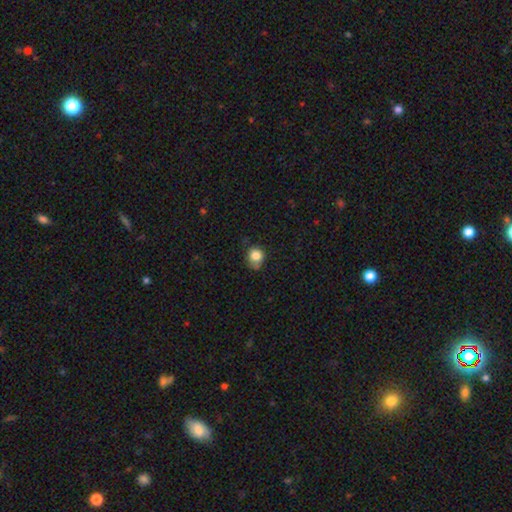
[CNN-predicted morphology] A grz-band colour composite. It shows a smooth galaxy with no disk features (83%) that is round (78%). Merging: none (59%).